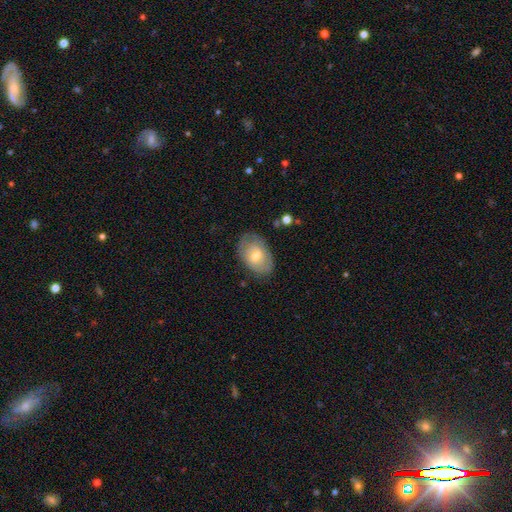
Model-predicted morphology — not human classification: A smooth galaxy with no disk features (49%).

Vote fractions:
- Smooth or featured? smooth: 49% / featured or disk: 44% / star or artifact: 6%
- Merging? none: 72% / minor disturbance: 21% / major disturbance: 6% / merger: 1%